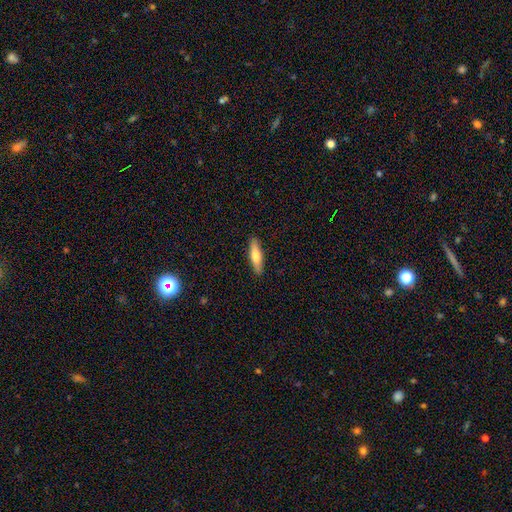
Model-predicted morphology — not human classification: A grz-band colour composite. It shows a smooth galaxy with no disk features (68%) that is cigar-shaped (71%). Merging: none (89%).